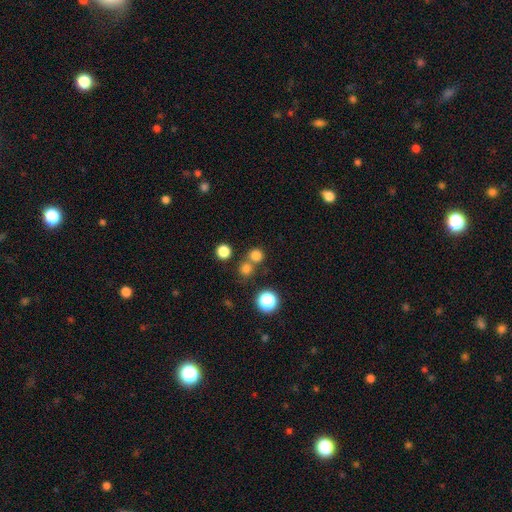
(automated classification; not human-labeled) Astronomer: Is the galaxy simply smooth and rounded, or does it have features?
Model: smooth — 76%.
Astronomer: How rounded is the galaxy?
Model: round — 90%.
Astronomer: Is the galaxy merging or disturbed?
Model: none — 62%.